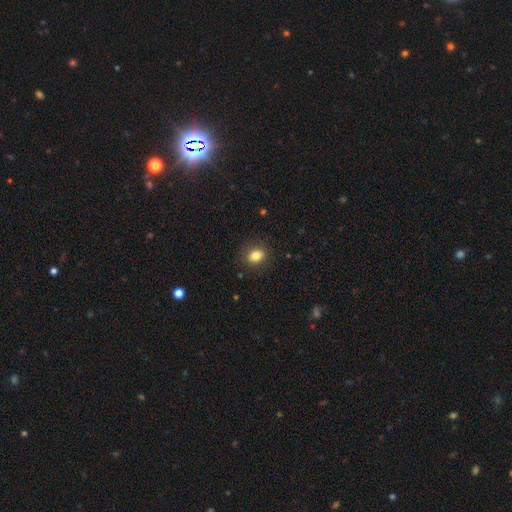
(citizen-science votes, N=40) Smooth or featured? smooth (80%)
How rounded? in between (56%)
Merging? none (95%)